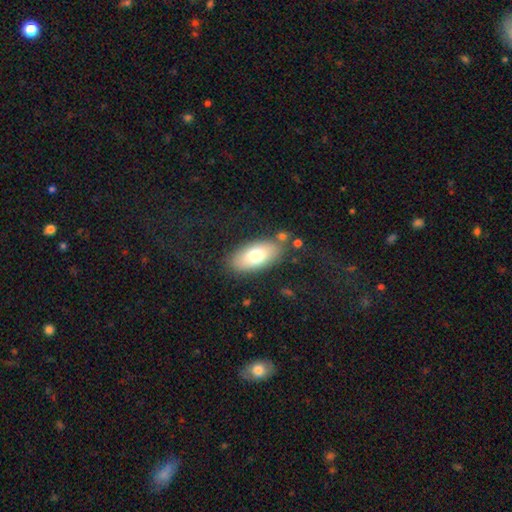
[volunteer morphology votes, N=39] A smooth galaxy with no disk features (67%) that is in between round and cigar-shaped (92%). Merging: none (76%).